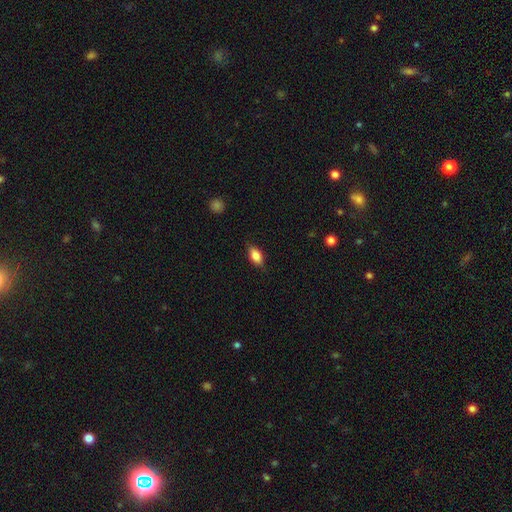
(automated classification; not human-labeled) smooth_or_featured: smooth (p=0.83) [alt: featured or disk p=0.10]
how_rounded: in between (p=0.88) [alt: cigar-shaped p=0.07]
merging: none (p=0.81) [alt: minor disturbance p=0.15]